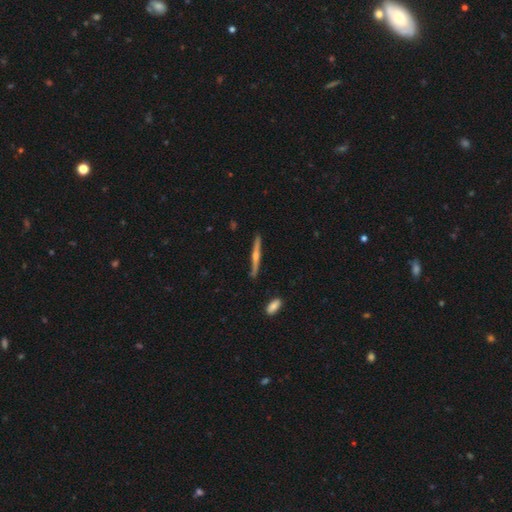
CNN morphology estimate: Smooth or featured? Predicted: featured or disk (p=0.71). Edge-on disk? Predicted: yes (p=0.97). Edge-on bulge? Predicted: rounded (p=0.83). Merging? Predicted: none (p=0.88).